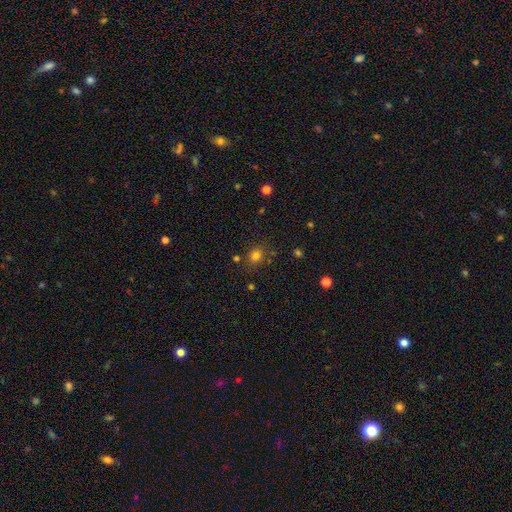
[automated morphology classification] A smooth galaxy with no disk features (74%) that is round (65%).

Vote fractions:
- Smooth or featured? smooth: 74% / star or artifact: 18% / featured or disk: 8%
- How rounded? round: 65% / in between: 34% / cigar-shaped: 1%
- Merging? none: 76% / minor disturbance: 14% / merger: 5% / major disturbance: 5%